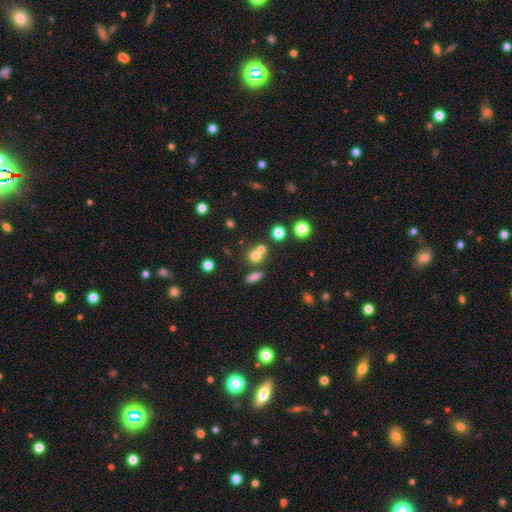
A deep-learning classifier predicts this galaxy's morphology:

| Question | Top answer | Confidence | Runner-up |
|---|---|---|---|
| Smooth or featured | smooth | 70% | star or artifact (18%) |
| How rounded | round | 75% | in between (23%) |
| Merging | none | 49% | merger (40%) |